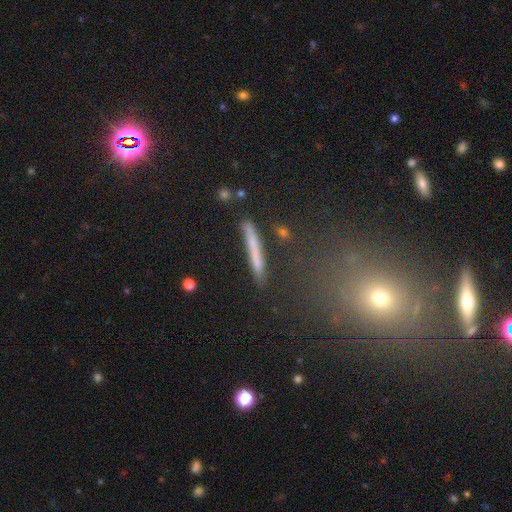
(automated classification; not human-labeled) The model was most divided on "smooth or featured": smooth: 63%, featured or disk: 28%, star or artifact: 9%. More confident: how rounded — cigar-shaped (96%); merging — none (84%).